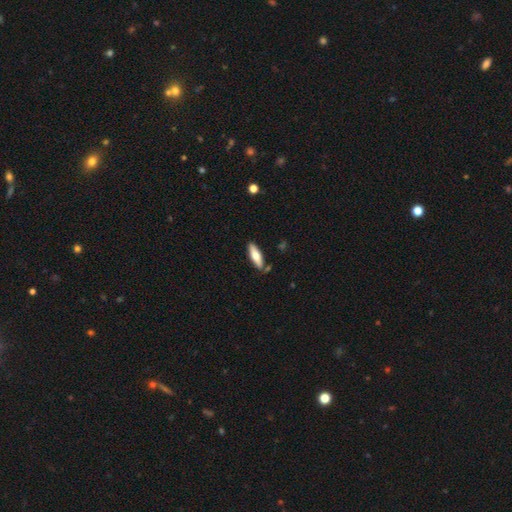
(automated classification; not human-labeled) A smooth galaxy with no disk features (65%) that is cigar-shaped (54%).

Vote fractions:
- Smooth or featured? smooth: 65% / featured or disk: 29% / star or artifact: 6%
- How rounded? cigar-shaped: 54% / in between: 44% / round: 2%
- Merging? none: 82% / minor disturbance: 12% / merger: 4% / major disturbance: 2%